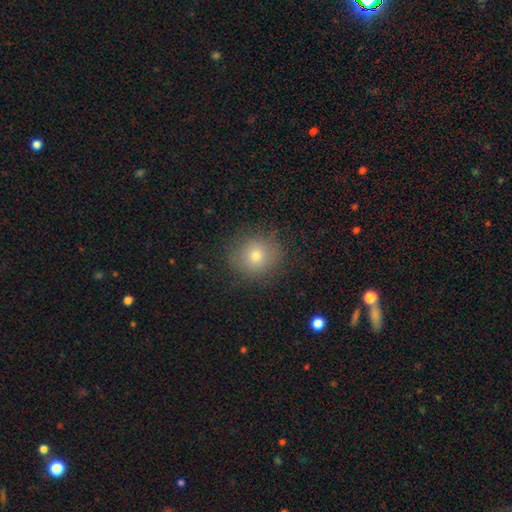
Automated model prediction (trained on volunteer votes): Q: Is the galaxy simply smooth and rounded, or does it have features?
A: smooth — 76%.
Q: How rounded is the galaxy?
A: round — 86%.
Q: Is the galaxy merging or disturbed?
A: none — 85%.